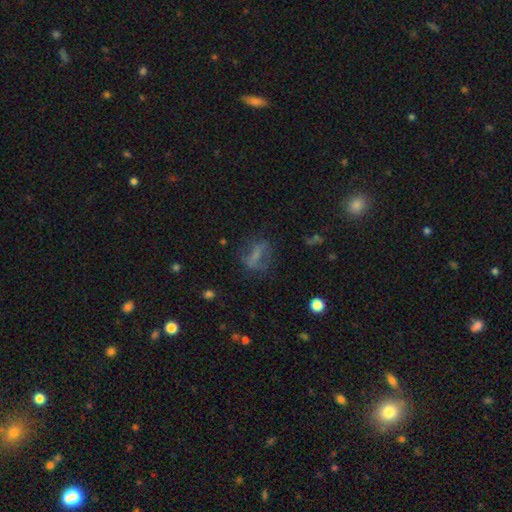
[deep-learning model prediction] smooth-or-featured: smooth: 45% | featured or disk: 37% | star or artifact: 18%
  merging: none: 55% | major disturbance: 22% | minor disturbance: 20% | merger: 3%